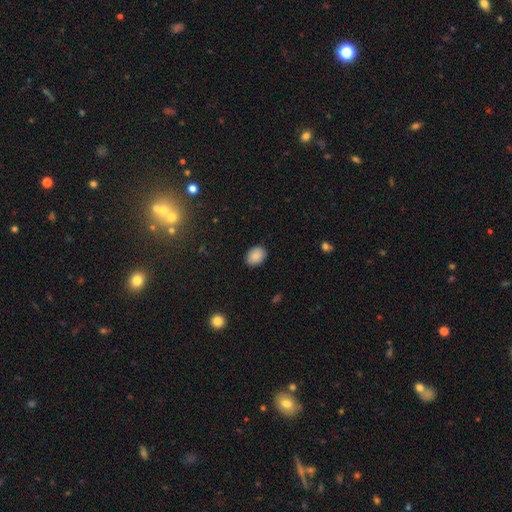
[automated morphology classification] Smooth or featured: smooth — 89% (star or artifact — 8%)
How rounded: in between — 68% (round — 31%)
Merging: none — 88% (minor disturbance — 9%)